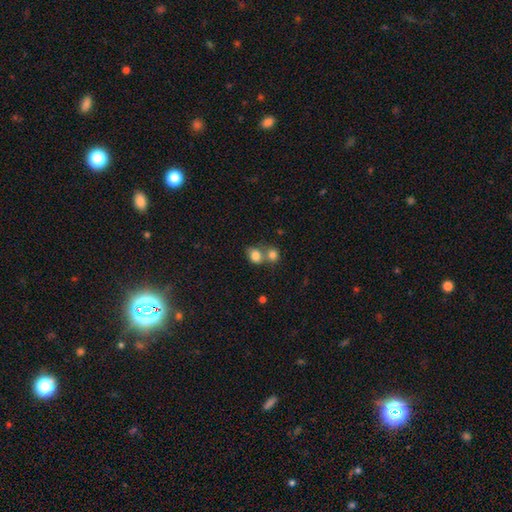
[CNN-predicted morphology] This appears to be a smooth galaxy with no disk features (81%) that is round (54%). Merging: merger (52%).